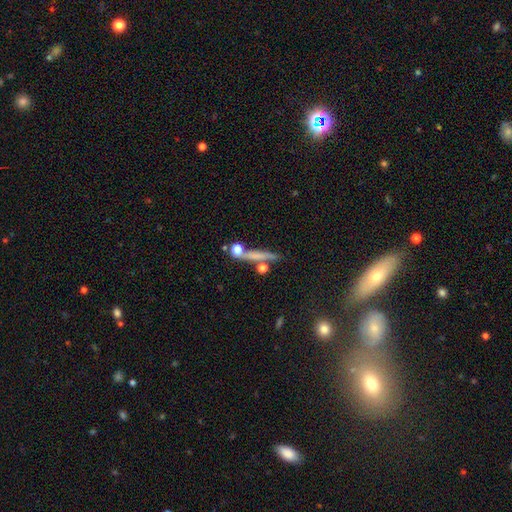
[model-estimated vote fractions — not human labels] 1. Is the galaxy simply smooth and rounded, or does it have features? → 52% smooth, 35% featured or disk, 13% star or artifact.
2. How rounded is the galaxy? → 82% cigar-shaped, 10% round, 9% in between.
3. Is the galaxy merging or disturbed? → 71% none, 12% merger, 12% minor disturbance, 5% major disturbance.